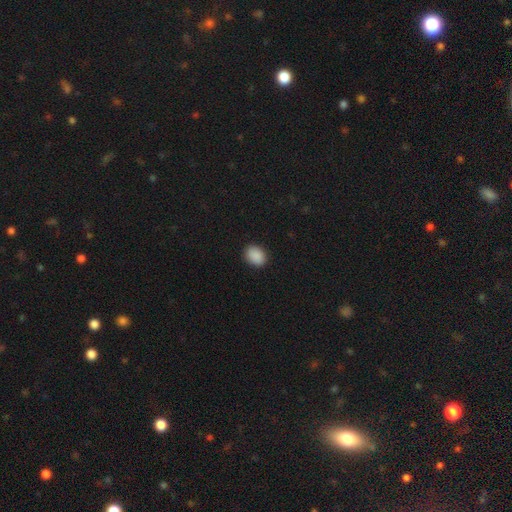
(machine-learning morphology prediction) A smooth galaxy with no disk features (90%) that is in between round and cigar-shaped (56%).

Vote fractions:
- Smooth or featured? smooth: 90% / star or artifact: 8% / featured or disk: 3%
- How rounded? in between: 56% / round: 43% / cigar-shaped: 1%
- Merging? none: 89% / minor disturbance: 8% / major disturbance: 2% / merger: 1%